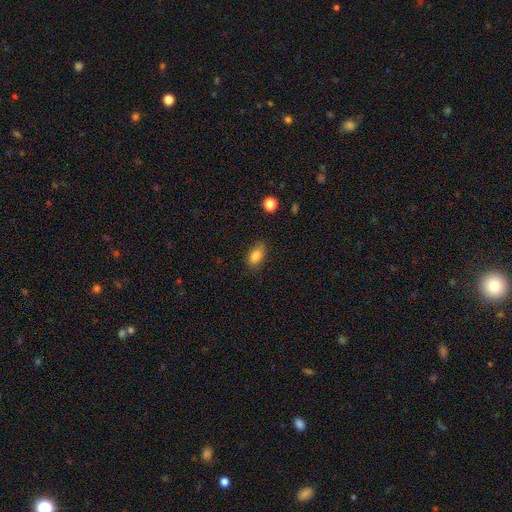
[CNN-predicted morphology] smooth_or_featured: smooth (p=0.85) [alt: star or artifact p=0.09]
how_rounded: in between (p=0.88) [alt: round p=0.09]
merging: none (p=0.79) [alt: minor disturbance p=0.15]